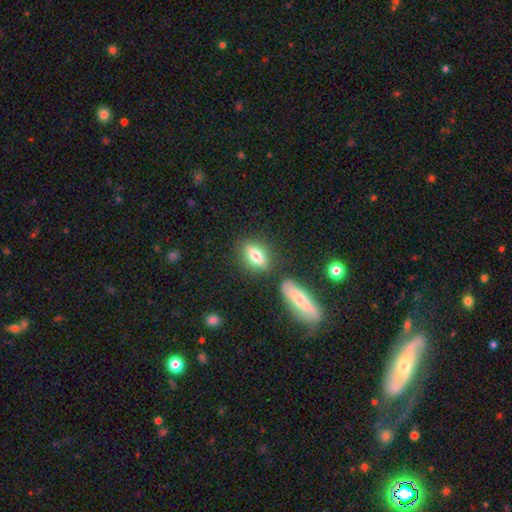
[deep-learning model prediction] Smooth or featured?
  - smooth: 60% *
  - featured or disk: 31%
  - star or artifact: 9%
How rounded?
  - in between: 66% *
  - cigar-shaped: 25%
  - round: 10%
Merging?
  - none: 77% *
  - minor disturbance: 12%
  - merger: 8%
  - major disturbance: 4%